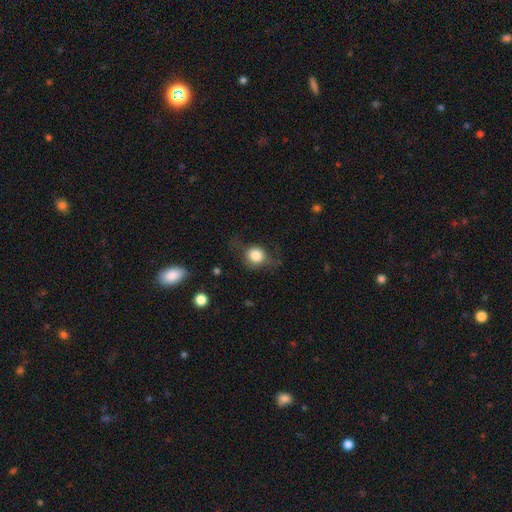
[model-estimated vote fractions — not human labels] Smooth or featured? smooth (78%)
How rounded? round (76%)
Merging? none (58%)